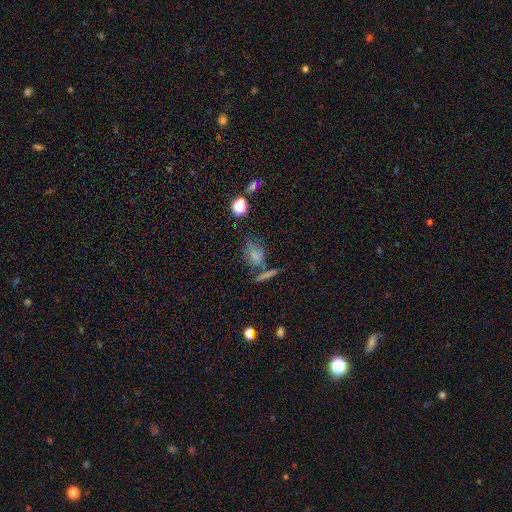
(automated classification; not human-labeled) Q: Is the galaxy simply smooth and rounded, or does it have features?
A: smooth — 58%.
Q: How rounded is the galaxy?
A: in between — 53%.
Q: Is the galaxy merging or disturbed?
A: none — 51%.